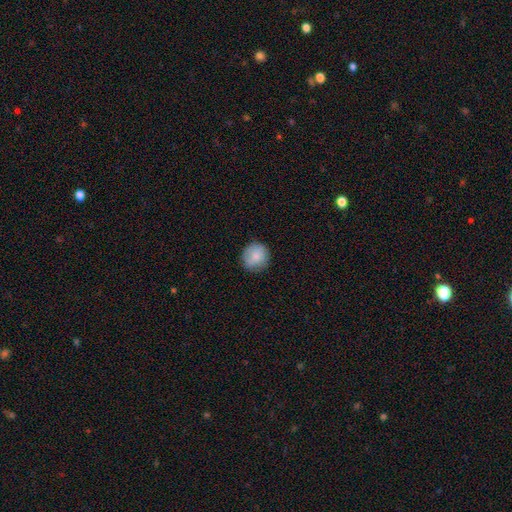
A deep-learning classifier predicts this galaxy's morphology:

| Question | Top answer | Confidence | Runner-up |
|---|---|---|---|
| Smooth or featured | smooth | 81% | featured or disk (12%) |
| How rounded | round | 90% | in between (9%) |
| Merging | none | 84% | minor disturbance (13%) |